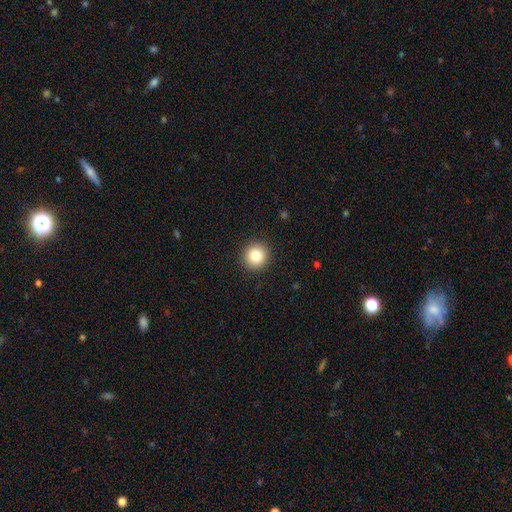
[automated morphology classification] Smooth or featured? Predicted: smooth (p=0.84). How rounded? Predicted: round (p=0.92). Merging? Predicted: none (p=0.92).